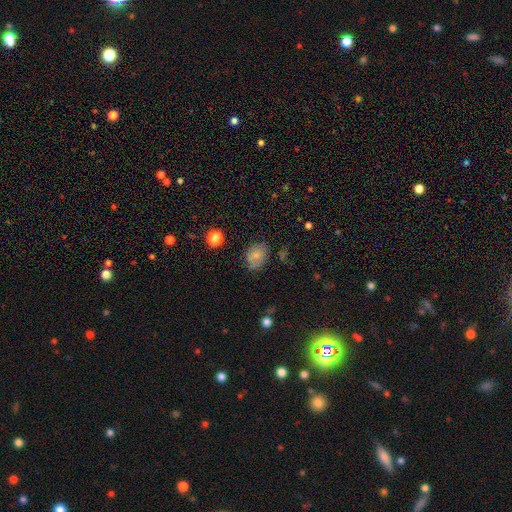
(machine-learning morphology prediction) The model was most divided on "how rounded": in between: 67%, round: 32%, cigar-shaped: 1%. More confident: merging — none (72%); smooth or featured — smooth (71%).